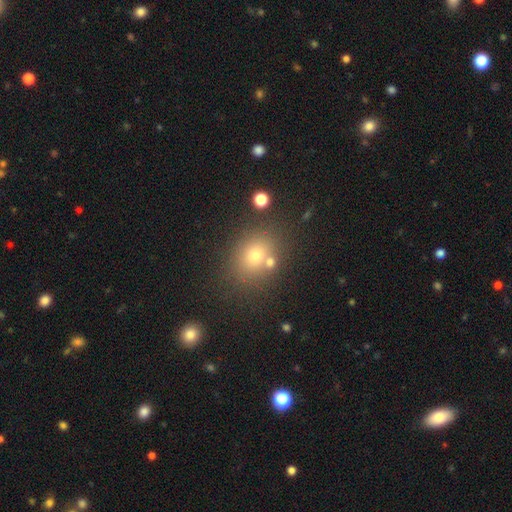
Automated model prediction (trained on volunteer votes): This appears to be a smooth galaxy with no disk features (72%) that is round (55%). Merging: none (69%).